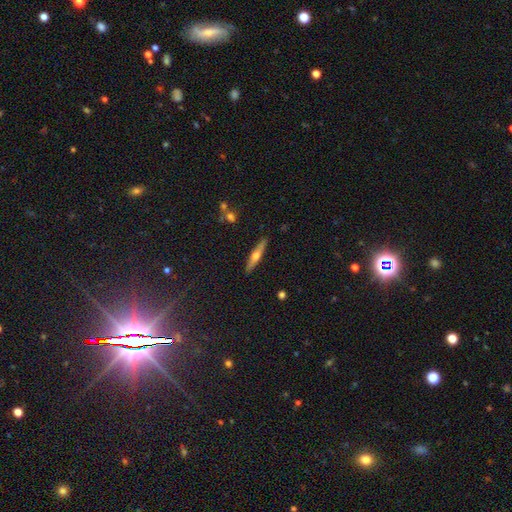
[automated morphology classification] Overall: featured or disk (63%; smooth 31%). Edge-on disk: yes (97%). Edge-on bulge: rounded (93%). Merging: none (90%).